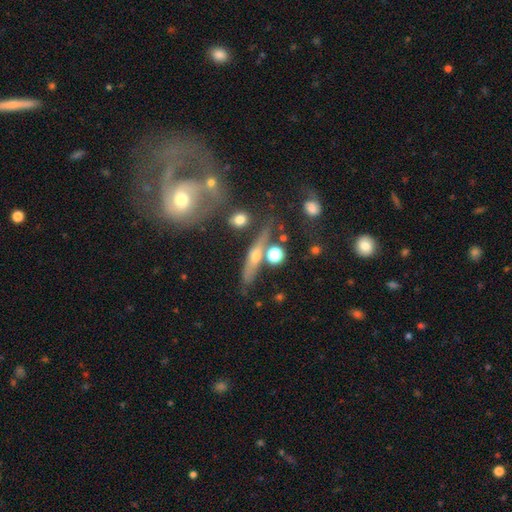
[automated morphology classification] Q: Smooth or featured?
A: featured or disk (51%); runner-up: smooth (37%)
Q: Edge-on disk?
A: yes (85%); runner-up: no (15%)
Q: Merging?
A: none (66%); runner-up: merger (14%)